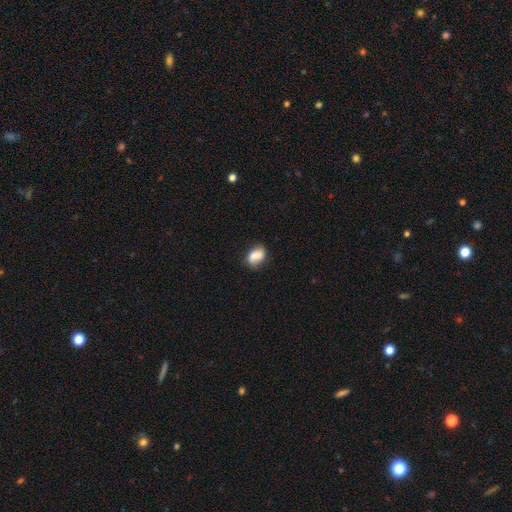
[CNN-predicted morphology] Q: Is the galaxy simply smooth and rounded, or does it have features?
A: smooth — 72%.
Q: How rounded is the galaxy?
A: in between — 76%.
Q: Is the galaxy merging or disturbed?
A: none — 60%.